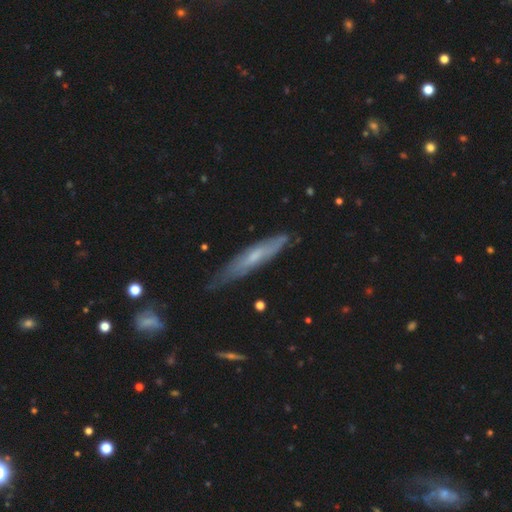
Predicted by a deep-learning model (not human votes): This appears to be a featured or disk galaxy (52%) viewed edge-on (67%). Merging: none (64%).